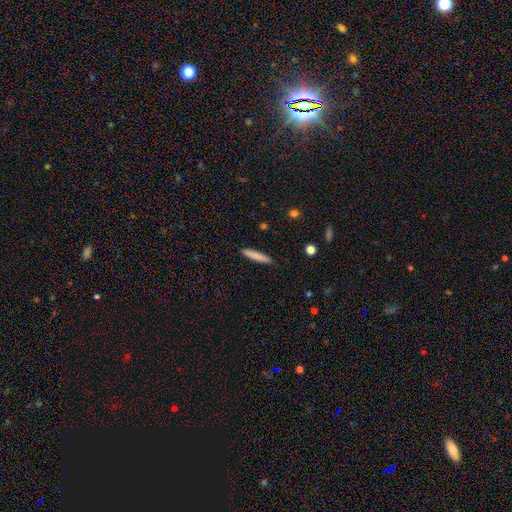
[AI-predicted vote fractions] Morphology: type=smooth (81%); roundness=cigar-shaped (93%); merging=none (90%).